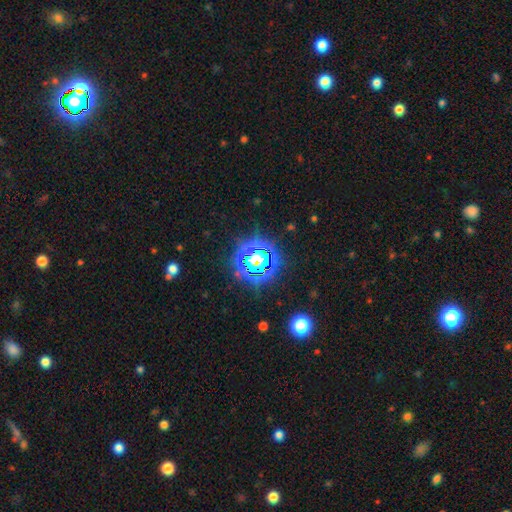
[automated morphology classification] Smooth or featured?
  - star or artifact: 73% *
  - smooth: 16%
  - featured or disk: 11%